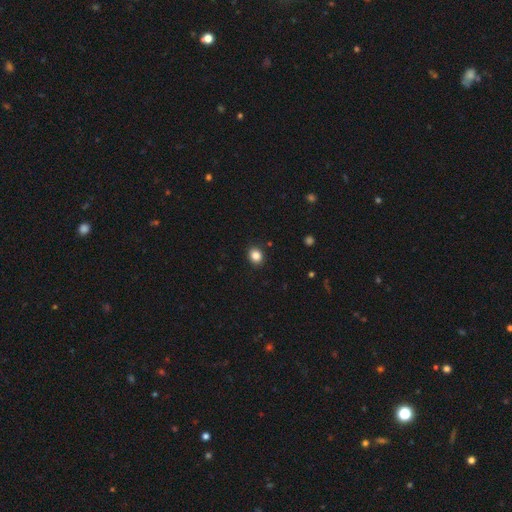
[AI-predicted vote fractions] smooth_or_featured: smooth (p=0.85) [alt: star or artifact p=0.11]
how_rounded: round (p=0.68) [alt: in between p=0.31]
merging: none (p=0.91) [alt: minor disturbance p=0.06]